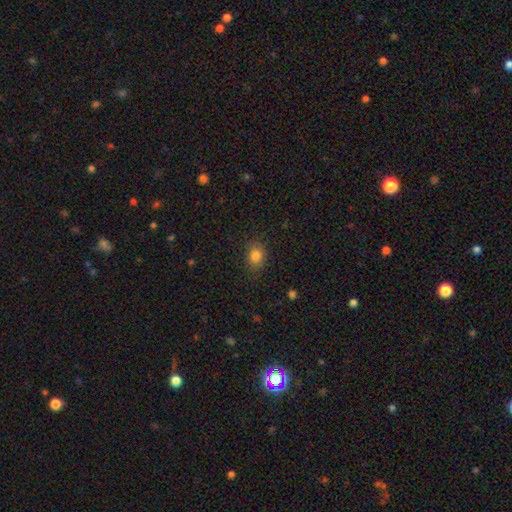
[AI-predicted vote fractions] This is clearly a smooth galaxy (83%). How rounded: possibly in between (58%). Merging: clearly none (80%).